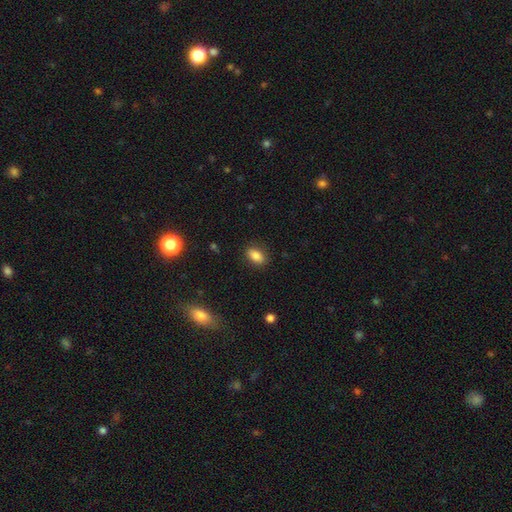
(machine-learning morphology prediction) Smooth or featured? Predicted: smooth (p=0.85). How rounded? Predicted: in between (p=0.87). Merging? Predicted: none (p=0.87).